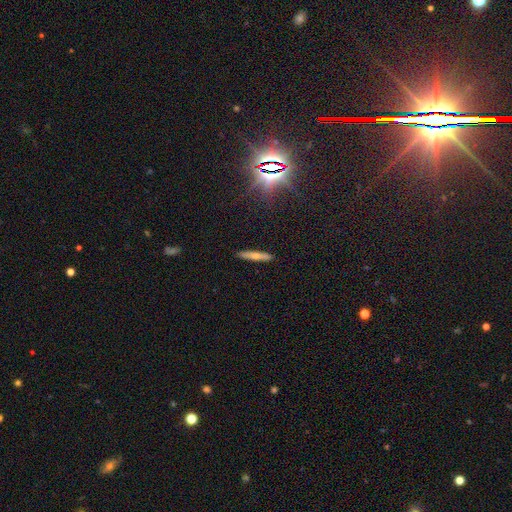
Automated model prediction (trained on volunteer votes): A smooth galaxy with no disk features (55%) that is cigar-shaped (91%).

Vote fractions:
- Smooth or featured? smooth: 55% / featured or disk: 37% / star or artifact: 8%
- How rounded? cigar-shaped: 91% / in between: 7% / round: 2%
- Merging? none: 90% / minor disturbance: 7% / major disturbance: 1% / merger: 1%